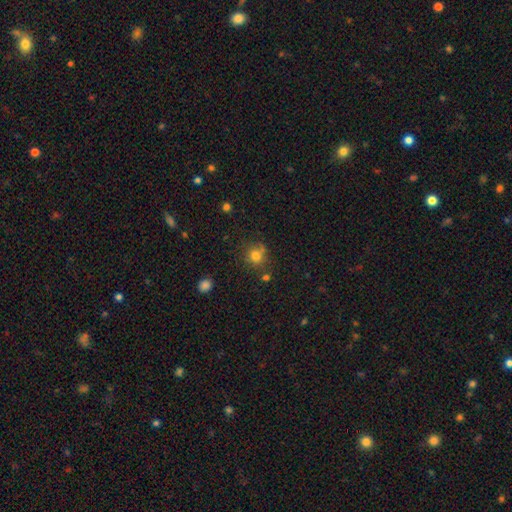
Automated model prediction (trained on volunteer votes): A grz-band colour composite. It shows a smooth galaxy with no disk features (78%) that is round (88%). Merging: none (72%).